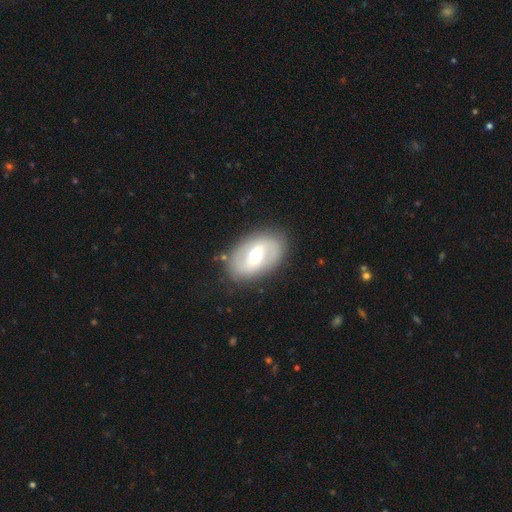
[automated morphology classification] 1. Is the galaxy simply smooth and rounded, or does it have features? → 66% featured or disk, 29% smooth, 6% star or artifact.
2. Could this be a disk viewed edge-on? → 94% no, 6% yes.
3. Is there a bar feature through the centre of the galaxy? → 45% weak, 33% strong, 22% no.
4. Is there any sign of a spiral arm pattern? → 60% yes, 40% no.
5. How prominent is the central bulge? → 72% moderate, 15% small, 11% large, 1% dominant, 1% none.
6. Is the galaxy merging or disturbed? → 84% none, 10% minor disturbance, 4% major disturbance, 1% merger.